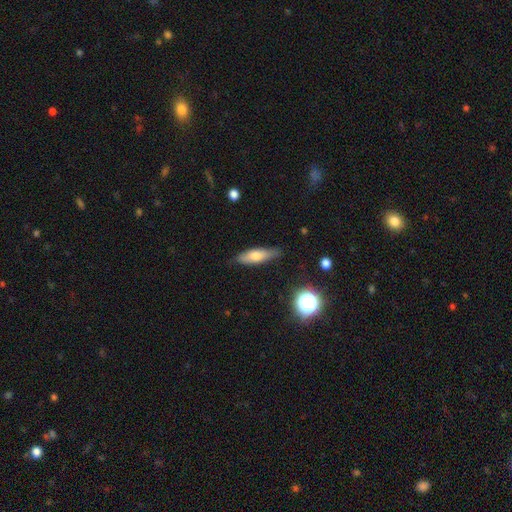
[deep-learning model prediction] smooth-or-featured: smooth: 66% | featured or disk: 26% | star or artifact: 8%
  how-rounded: cigar-shaped: 51% | in between: 46% | round: 3%
  merging: none: 81% | minor disturbance: 15% | major disturbance: 3% | merger: 2%